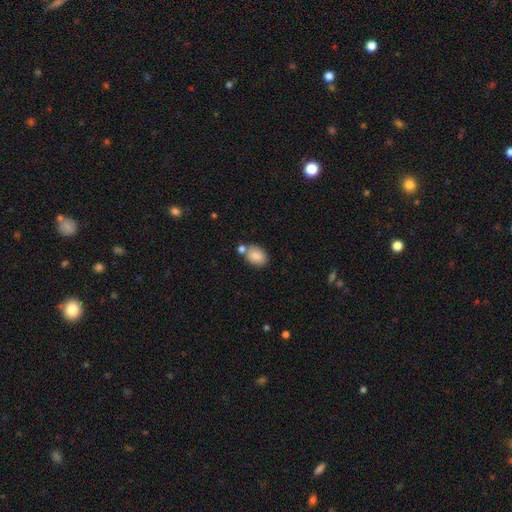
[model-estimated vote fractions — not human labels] Smooth or featured: smooth — 85% (star or artifact — 8%)
How rounded: in between — 74% (round — 25%)
Merging: none — 62% (merger — 20%)